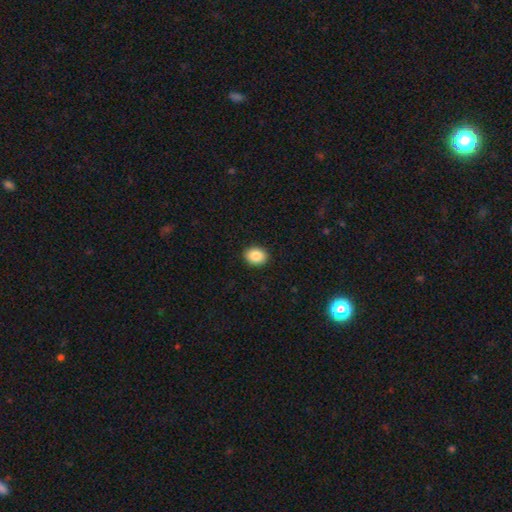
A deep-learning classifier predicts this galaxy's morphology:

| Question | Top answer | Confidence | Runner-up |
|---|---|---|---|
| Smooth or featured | smooth | 87% | star or artifact (8%) |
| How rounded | in between | 51% | round (48%) |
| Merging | none | 91% | minor disturbance (6%) |